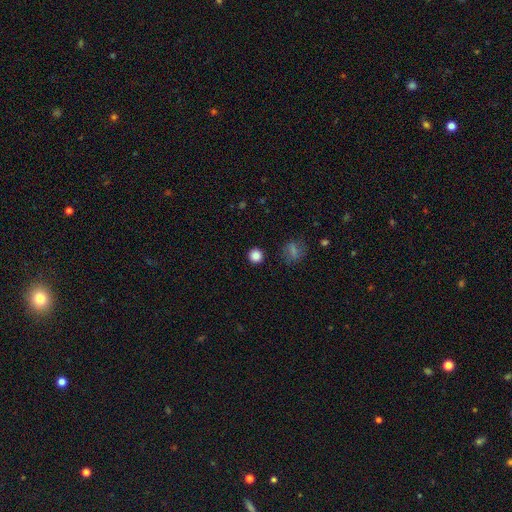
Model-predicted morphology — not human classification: Q: Smooth or featured?
A: smooth (85%); runner-up: star or artifact (12%)
Q: How rounded?
A: round (93%); runner-up: in between (6%)
Q: Merging?
A: none (90%); runner-up: minor disturbance (6%)